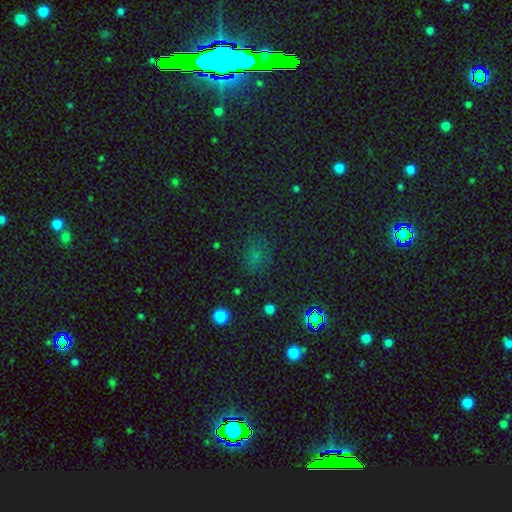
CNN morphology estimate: A smooth galaxy with no disk features (57%) that is round (51%).

Vote fractions:
- Smooth or featured? smooth: 57% / star or artifact: 35% / featured or disk: 9%
- How rounded? round: 51% / in between: 47% / cigar-shaped: 2%
- Merging? none: 73% / minor disturbance: 17% / major disturbance: 8% / merger: 2%